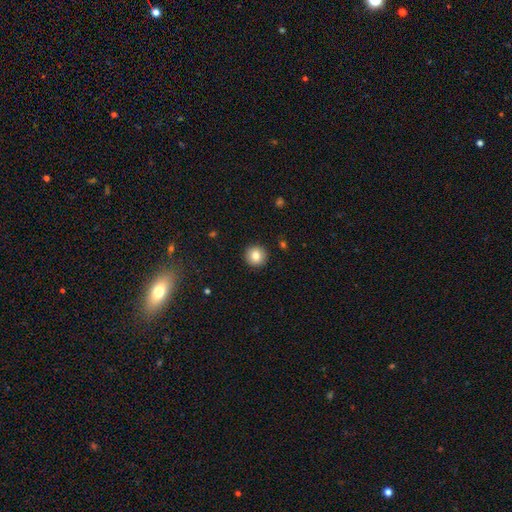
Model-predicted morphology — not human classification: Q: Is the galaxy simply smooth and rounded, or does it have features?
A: smooth — 83%.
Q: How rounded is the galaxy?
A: round — 95%.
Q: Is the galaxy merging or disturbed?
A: none — 92%.